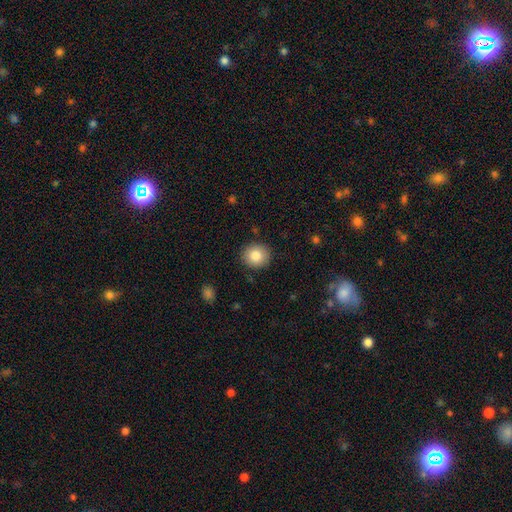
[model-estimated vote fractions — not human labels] smooth-or-featured: smooth: 82% | star or artifact: 9% | featured or disk: 8%
  how-rounded: round: 85% | in between: 14% | cigar-shaped: 1%
  merging: none: 90% | minor disturbance: 7% | major disturbance: 2% | merger: 1%